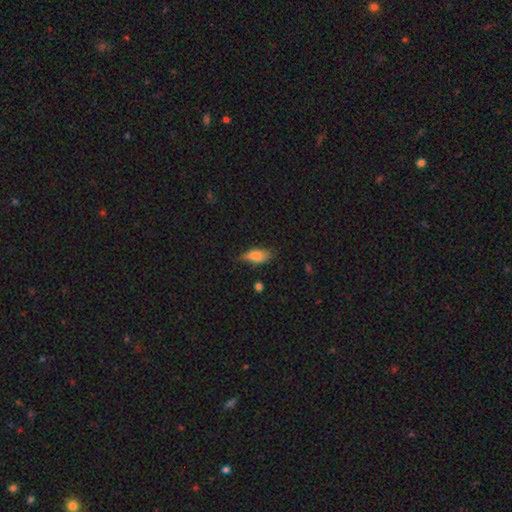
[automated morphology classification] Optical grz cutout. It shows a smooth galaxy with no disk features (77%) that is in between round and cigar-shaped (81%). Merging: none (61%).